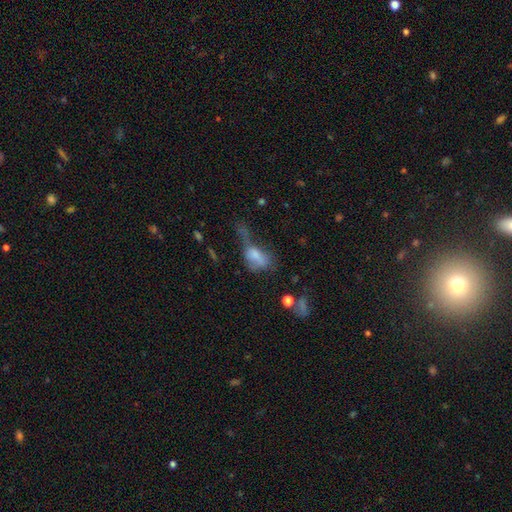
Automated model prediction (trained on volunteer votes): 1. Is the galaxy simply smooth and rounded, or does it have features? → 66% smooth, 22% featured or disk, 12% star or artifact.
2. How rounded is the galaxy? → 83% in between, 12% round, 5% cigar-shaped.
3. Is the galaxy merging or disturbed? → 48% major disturbance, 19% merger, 18% minor disturbance, 15% none.